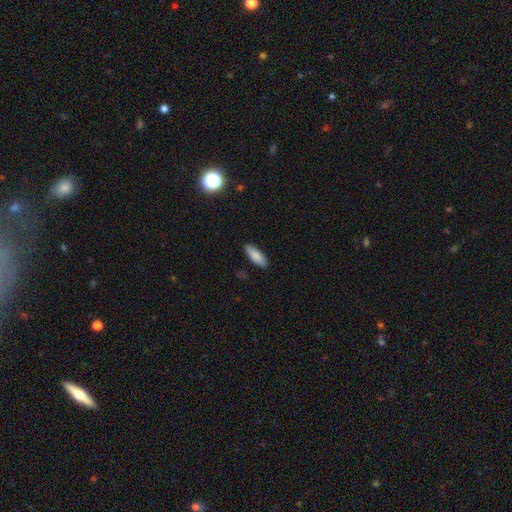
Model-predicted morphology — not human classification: Smooth or featured? Predicted: smooth (p=0.85). How rounded? Predicted: in between (p=0.60). Merging? Predicted: none (p=0.85).